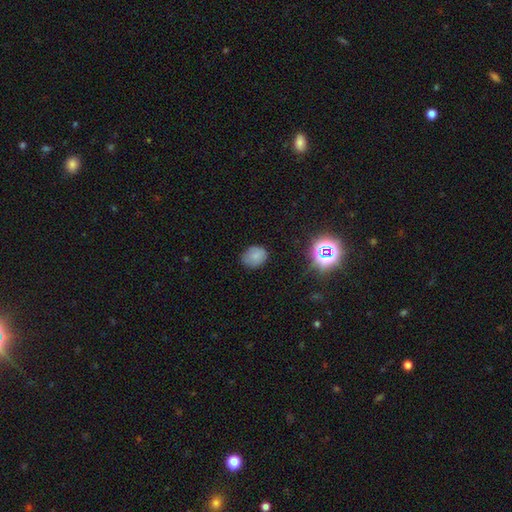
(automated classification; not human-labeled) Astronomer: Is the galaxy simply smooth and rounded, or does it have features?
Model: smooth — 78%.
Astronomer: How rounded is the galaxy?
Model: round — 56% (runner-up: in between, 43%).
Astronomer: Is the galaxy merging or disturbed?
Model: none — 79%.